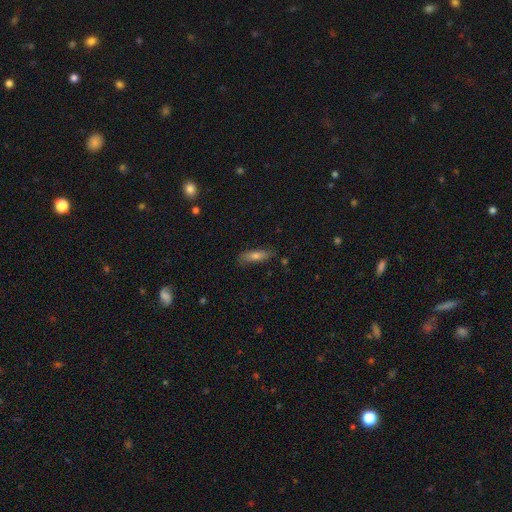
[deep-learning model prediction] Smooth or featured? smooth (63%)
How rounded? cigar-shaped (62%)
Merging? none (82%)